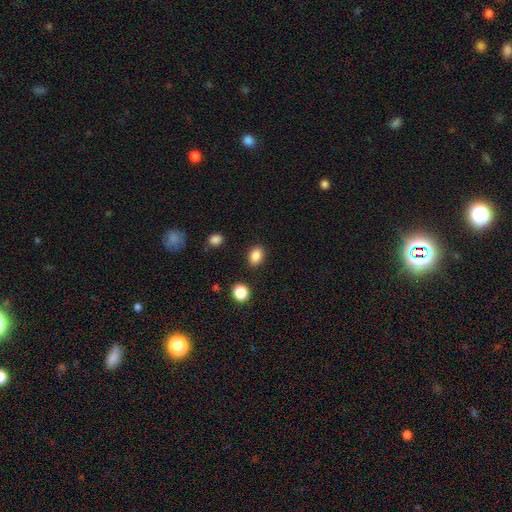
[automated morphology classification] This appears to be a smooth galaxy with no disk features (87%) that is in between round and cigar-shaped (70%). Merging: none (86%).